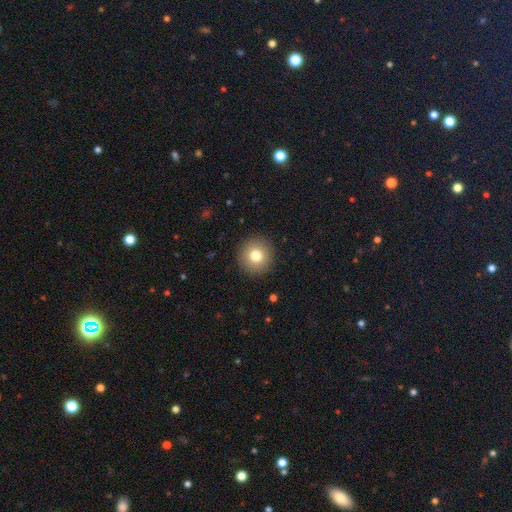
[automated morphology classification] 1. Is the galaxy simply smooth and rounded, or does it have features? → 79% smooth, 11% star or artifact, 10% featured or disk.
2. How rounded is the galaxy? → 95% round, 4% in between, 1% cigar-shaped.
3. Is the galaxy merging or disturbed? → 92% none, 5% minor disturbance, 2% major disturbance, 1% merger.